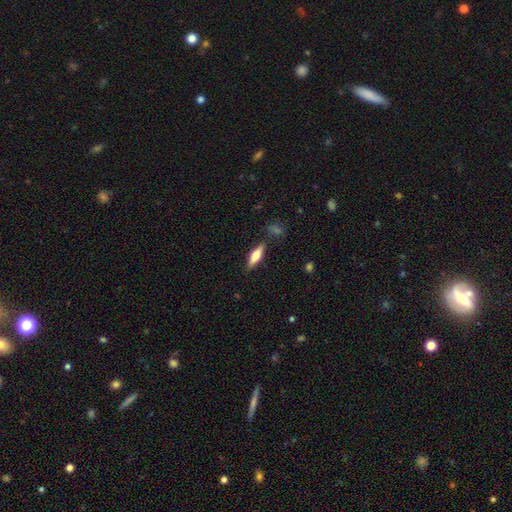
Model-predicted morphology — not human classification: Smooth or featured? Predicted: smooth (p=0.57). How rounded? Predicted: cigar-shaped (p=0.54). Merging? Predicted: none (p=0.82).